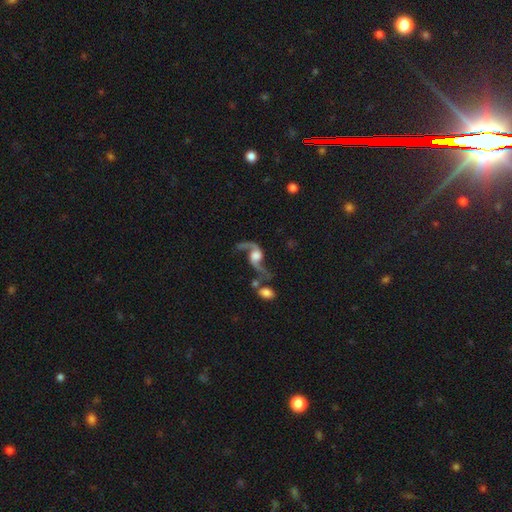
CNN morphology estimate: featured or disk 88%, smooth 6%, star or artifact 6%. Down the decision tree: edge-on disk — no (95%); bar — no (60%); spiral arms — yes (96%); spiral arm count — 2 (93%); spiral winding — loose (86%); bulge size — large (40%); merging — none (54%).